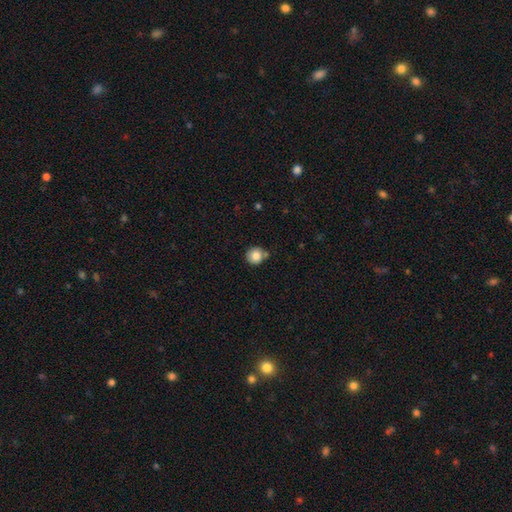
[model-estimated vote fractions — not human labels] This appears to be a smooth galaxy with no disk features (83%) that is round (90%). Merging: none (72%).